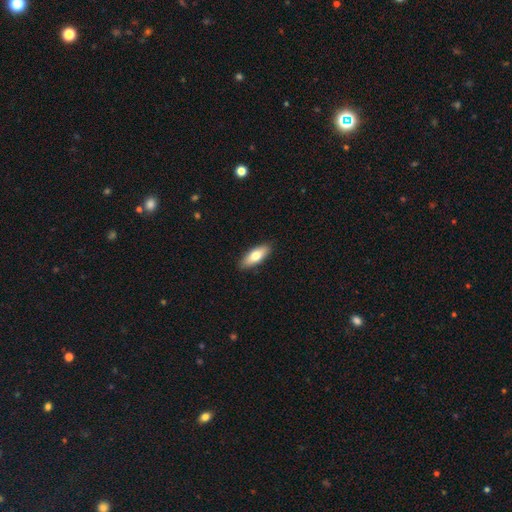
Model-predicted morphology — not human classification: Smooth or featured? Predicted: smooth (p=0.73). How rounded? Predicted: in between (p=0.68). Merging? Predicted: none (p=0.89).